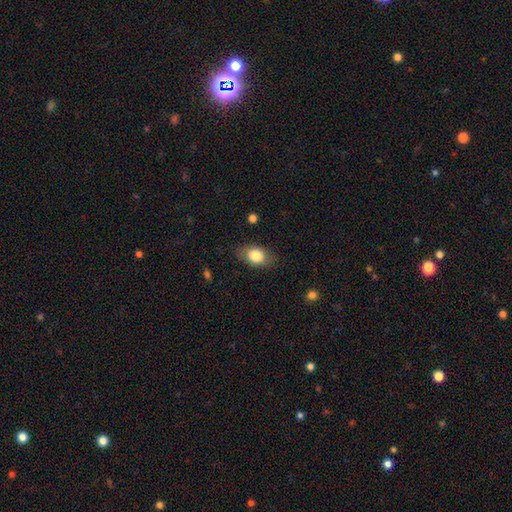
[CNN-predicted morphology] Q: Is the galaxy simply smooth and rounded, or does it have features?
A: smooth — 80%.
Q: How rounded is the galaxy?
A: in between — 82%.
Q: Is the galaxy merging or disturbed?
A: none — 81%.